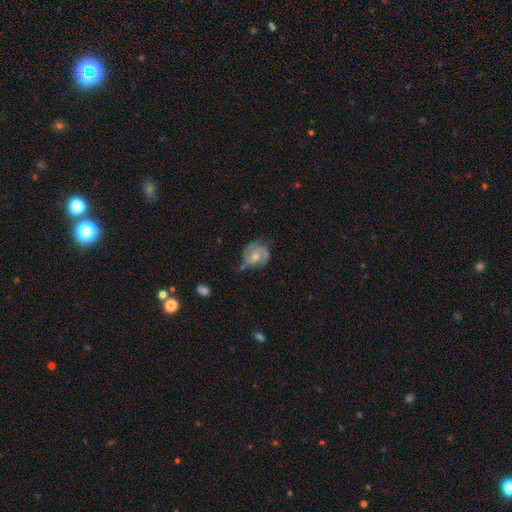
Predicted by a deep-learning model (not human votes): Smooth or featured: featured or disk — 62% (smooth — 31%)
Edge-on disk: no — 97% (yes — 3%)
Bar: no — 73% (weak — 24%)
Spiral arms: yes — 83% (no — 17%)
Bulge size: moderate — 59% (small — 31%)
Merging: none — 57% (minor disturbance — 27%)